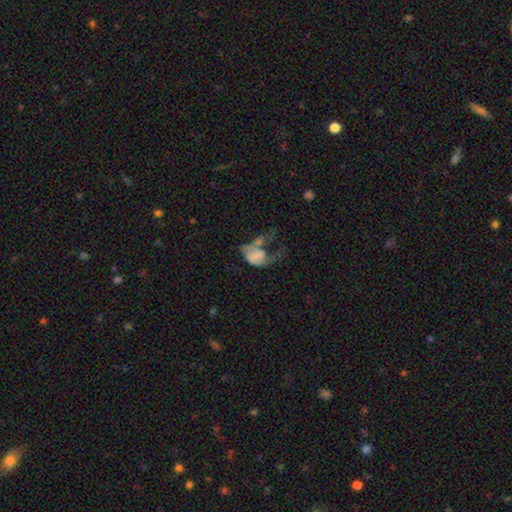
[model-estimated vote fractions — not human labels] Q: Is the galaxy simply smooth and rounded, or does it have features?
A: featured or disk — 46%.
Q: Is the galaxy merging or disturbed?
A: major disturbance — 47%.